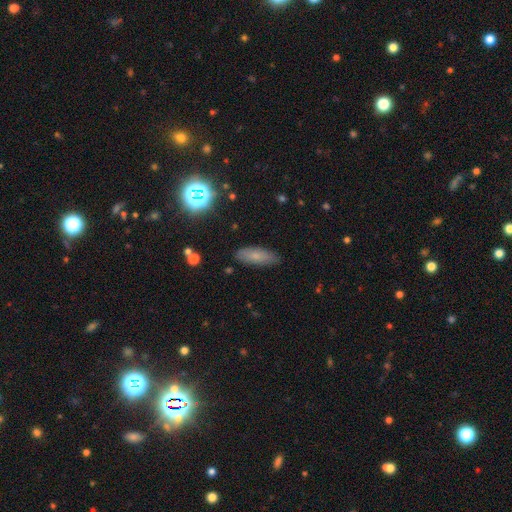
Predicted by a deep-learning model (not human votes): This is likely a smooth galaxy (72%). How rounded: likely in between (65%). Merging: clearly none (83%).